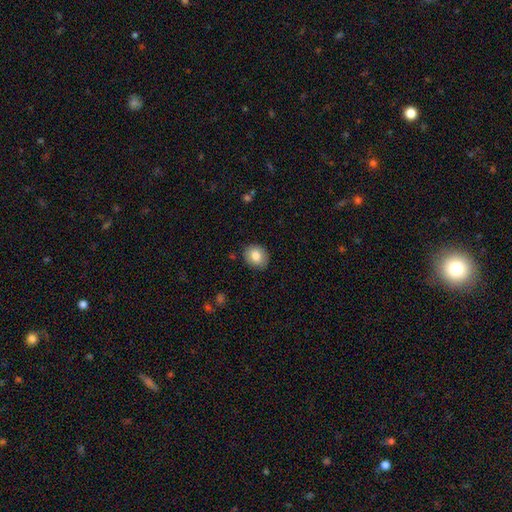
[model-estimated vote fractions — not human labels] The model was most divided on "how rounded": round: 61%, in between: 38%, cigar-shaped: 1%. More confident: merging — none (83%); smooth or featured — smooth (82%).